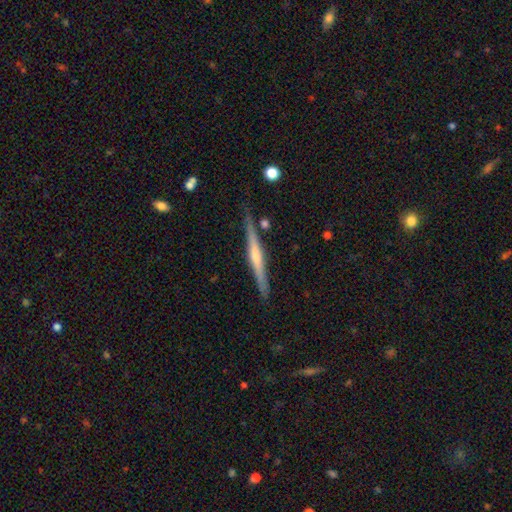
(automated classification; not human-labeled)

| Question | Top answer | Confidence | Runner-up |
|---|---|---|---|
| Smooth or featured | featured or disk | 63% | smooth (32%) |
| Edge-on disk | yes | 97% | no (3%) |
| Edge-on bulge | rounded | 55% | none (32%) |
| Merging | none | 84% | minor disturbance (11%) |